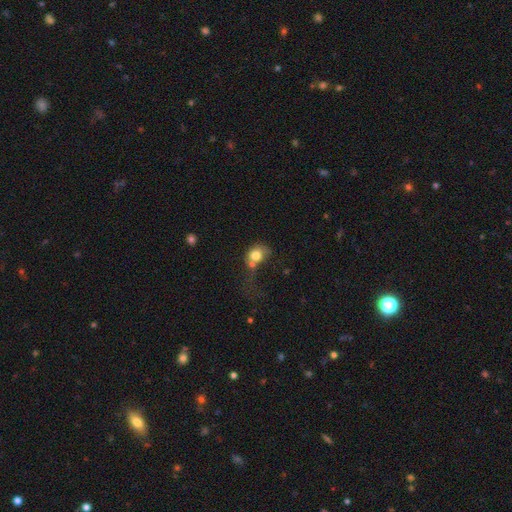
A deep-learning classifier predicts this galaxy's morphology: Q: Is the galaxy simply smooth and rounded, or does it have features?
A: smooth — 74%.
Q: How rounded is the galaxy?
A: round — 54%.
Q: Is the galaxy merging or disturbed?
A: merger — 31%.